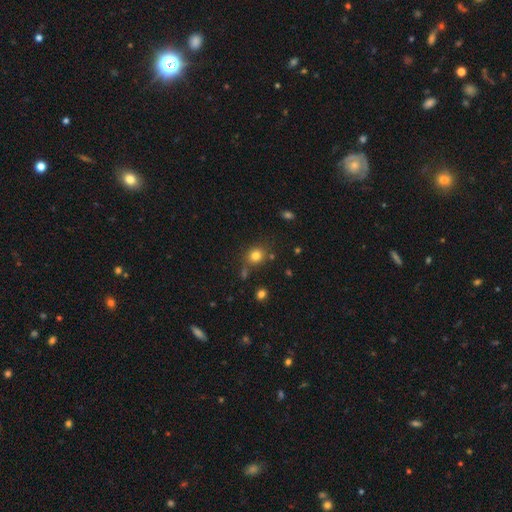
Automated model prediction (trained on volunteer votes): Smooth or featured?
  - smooth: 79% *
  - star or artifact: 13%
  - featured or disk: 7%
How rounded?
  - round: 75% *
  - in between: 24%
  - cigar-shaped: 1%
Merging?
  - none: 73% *
  - minor disturbance: 14%
  - merger: 9%
  - major disturbance: 5%